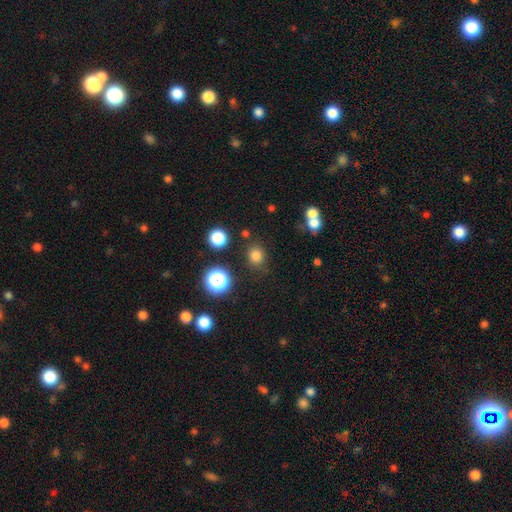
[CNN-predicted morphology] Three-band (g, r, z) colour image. It shows a smooth galaxy with no disk features (78%) that is round (81%). Merging: none (82%).